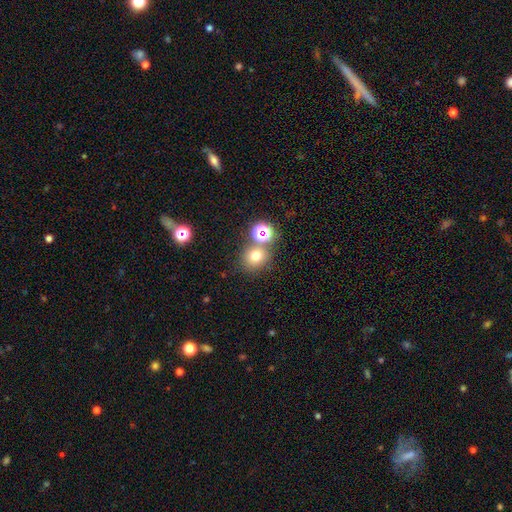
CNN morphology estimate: Smooth or featured? smooth (70%)
How rounded? round (83%)
Merging? none (68%)